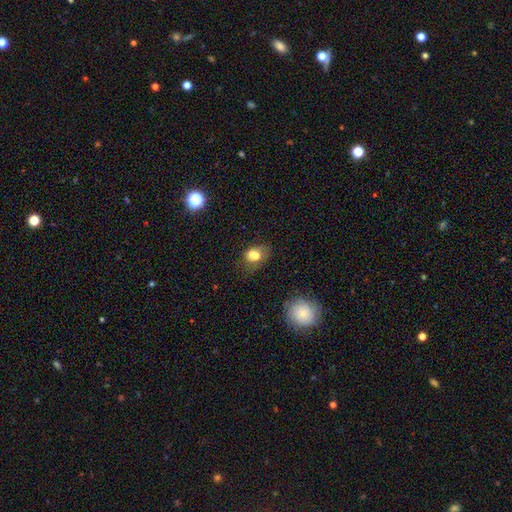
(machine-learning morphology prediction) Smooth or featured: smooth — 68% (featured or disk — 18%)
How rounded: in between — 62% (round — 36%)
Merging: none — 37% (merger — 33%)